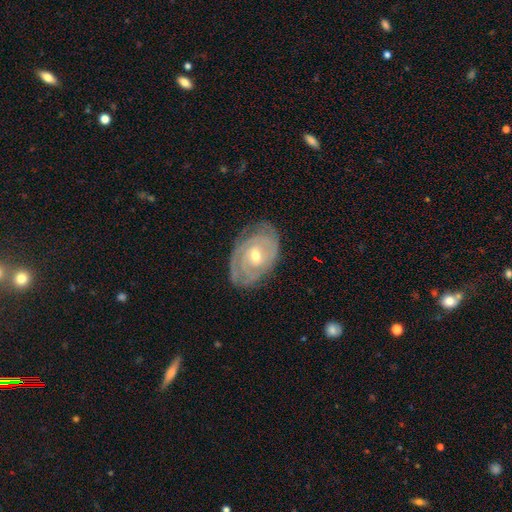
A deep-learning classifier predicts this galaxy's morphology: smooth-or-featured: featured or disk: 83% | smooth: 12% | star or artifact: 5%
  disk-edge-on: no: 96% | yes: 4%
    bar: no: 51% | weak: 39% | strong: 10%
    has-spiral-arms: yes: 91% | no: 9%
      spiral-winding: tight: 77% | medium: 18% | loose: 4%
      spiral-arm-count: can't tell: 40% | 2: 30% | 3: 15% | 4: 6% | 1: 5% | more than 4: 4%
    bulge-size: moderate: 54% | small: 43% | large: 2% | none: 1% | dominant: 1%
  merging: none: 75% | minor disturbance: 19% | major disturbance: 5% | merger: 1%